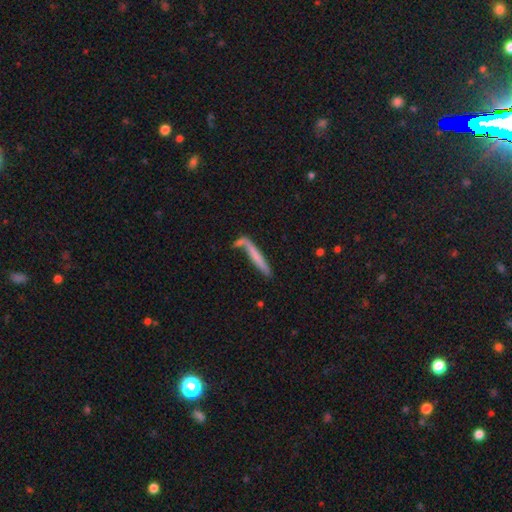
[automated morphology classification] This appears to be a smooth galaxy with no disk features (59%) that is cigar-shaped (94%). Merging: none (55%).